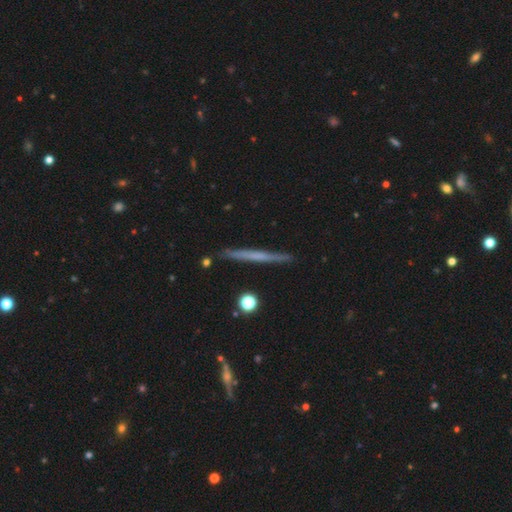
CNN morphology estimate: smooth_or_featured: featured or disk (p=0.54) [alt: smooth p=0.40]
disk_edge_on: yes (p=0.97) [alt: no p=0.03]
edge_on_bulge: none (p=0.83) [alt: rounded p=0.12]
merging: none (p=0.91) [alt: minor disturbance p=0.07]